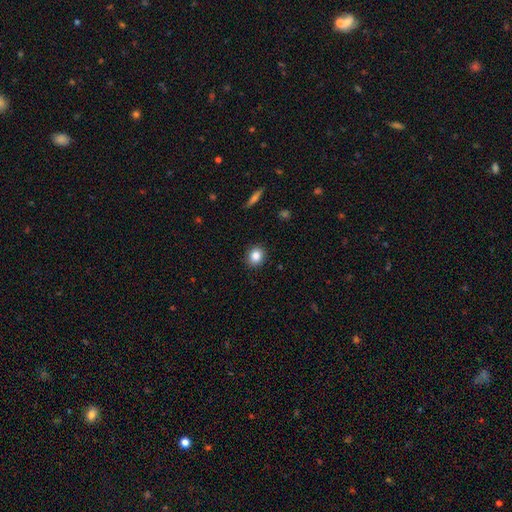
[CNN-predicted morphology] type=smooth (85%); roundness=round (77%); merging=none (90%).